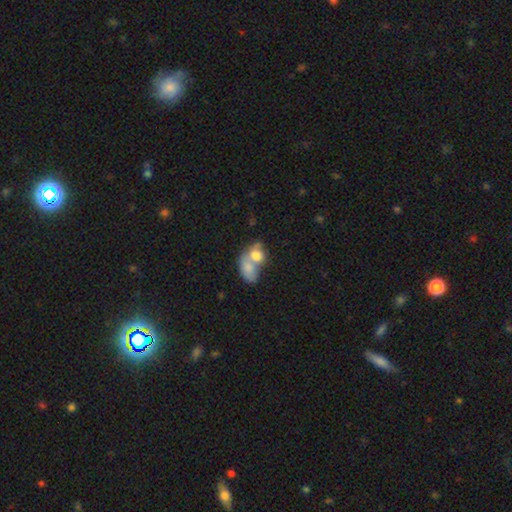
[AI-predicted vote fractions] Smooth or featured? smooth (72%)
How rounded? in between (66%)
Merging? merger (72%)